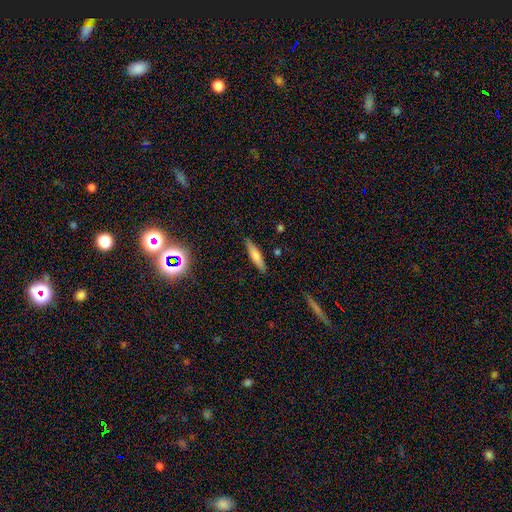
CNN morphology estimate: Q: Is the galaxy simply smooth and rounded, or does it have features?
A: smooth — 68%.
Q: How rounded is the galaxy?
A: cigar-shaped — 78%.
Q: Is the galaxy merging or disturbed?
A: none — 87%.